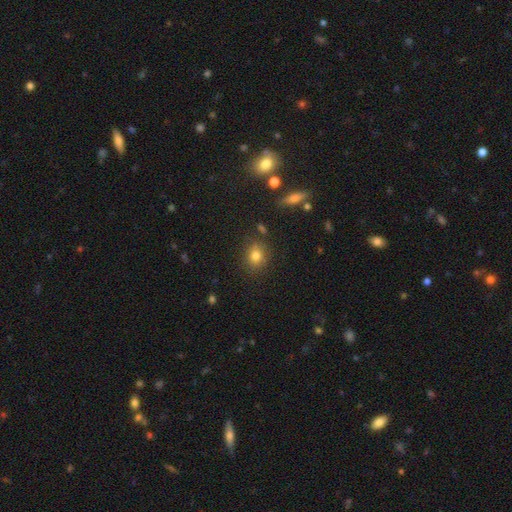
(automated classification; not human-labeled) smooth_or_featured: smooth (p=0.79) [alt: star or artifact p=0.13]
how_rounded: round (p=0.69) [alt: in between p=0.30]
merging: none (p=0.81) [alt: minor disturbance p=0.12]